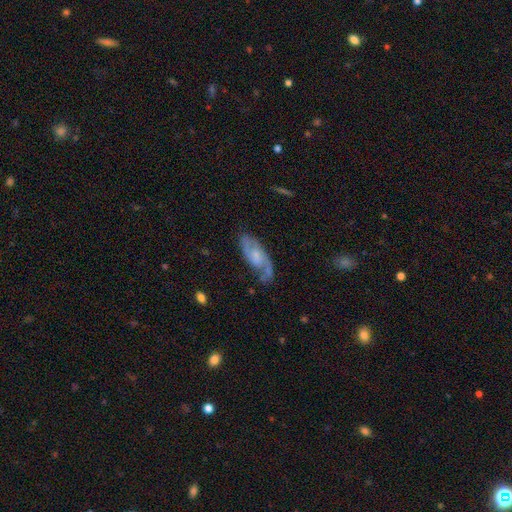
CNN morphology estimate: A featured or disk galaxy (78%) with no bar (52%), 2 (81%) medium (50%) spiral arms (93%) and a small central bulge (35%, tied with moderate).

Vote fractions:
- Smooth or featured? featured or disk: 78% / smooth: 16% / star or artifact: 6%
- Edge-on disk? no: 93% / yes: 7%
- Bar? no: 52% / weak: 40% / strong: 8%
- Spiral arms? yes: 93% / no: 7%
- Spiral winding? medium: 50% / loose: 27% / tight: 23%
- Spiral arm count? 2: 81% / 1: 8% / can't tell: 7% / 3: 1% / 4: 1% / more than 4: 1%
- Bulge size? small: 35% (tied) / moderate: 35% (tied) / none: 19% / large: 10% / dominant: 2%
- Merging? none: 63% / minor disturbance: 22% / major disturbance: 12% / merger: 3%